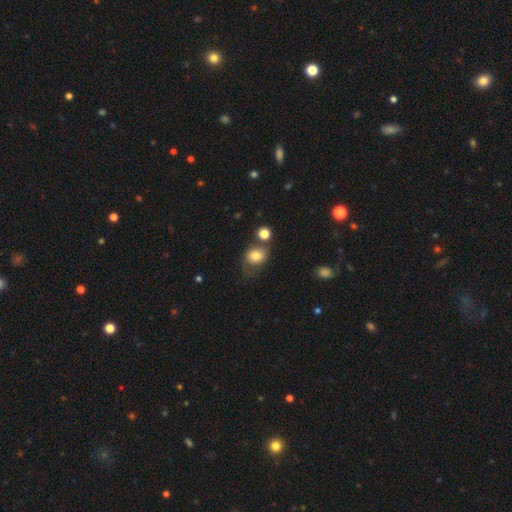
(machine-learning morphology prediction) Smooth or featured? Predicted: smooth (p=0.76). How rounded? Predicted: round (p=0.52). Merging? Predicted: none (p=0.45).